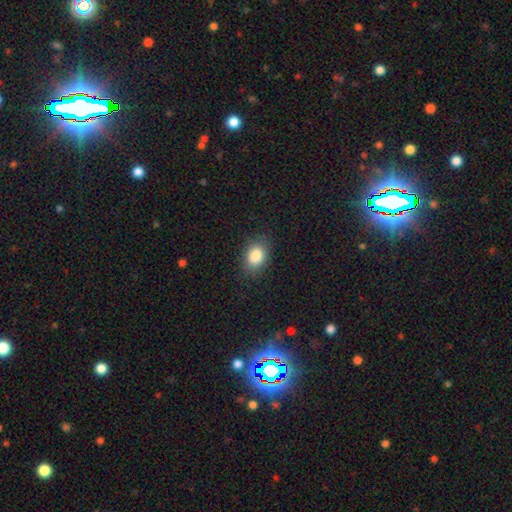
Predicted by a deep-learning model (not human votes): A smooth galaxy with no disk features (85%) that is in between round and cigar-shaped (77%). Merging: none (84%).